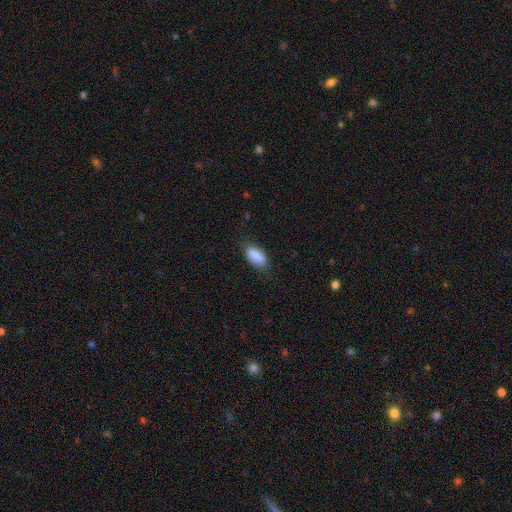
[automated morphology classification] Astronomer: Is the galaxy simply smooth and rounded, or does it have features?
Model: smooth — 89%.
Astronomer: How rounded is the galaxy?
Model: in between — 91%.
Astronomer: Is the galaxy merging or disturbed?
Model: none — 77%.